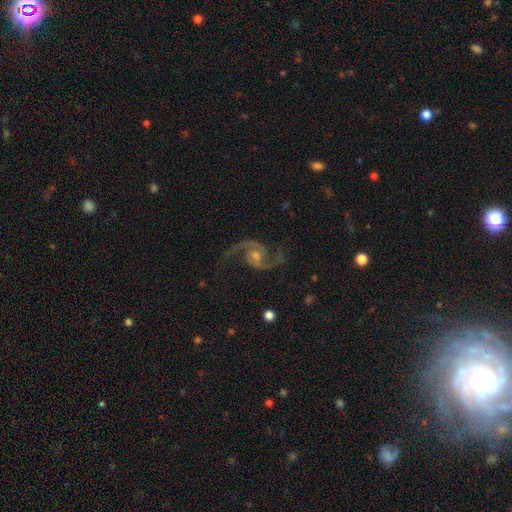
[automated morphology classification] Overall: featured or disk (92%). Edge-on disk: no (98%). Bar: no (51%; weak 40%). Spiral arms: yes (98%). Spiral arm count: 2 (94%). Spiral winding: medium (48%; loose 44%). Bulge size: small (48%; moderate 39%). Merging: none (77%).